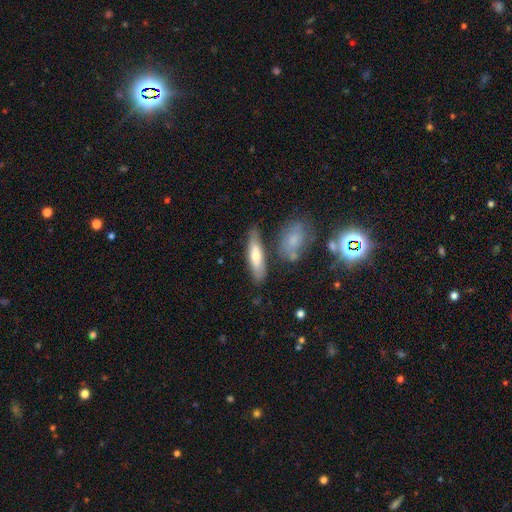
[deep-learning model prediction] smooth_or_featured: smooth (p=0.61) [alt: featured or disk p=0.32]
how_rounded: cigar-shaped (p=0.64) [alt: in between p=0.34]
merging: none (p=0.71) [alt: minor disturbance p=0.17]